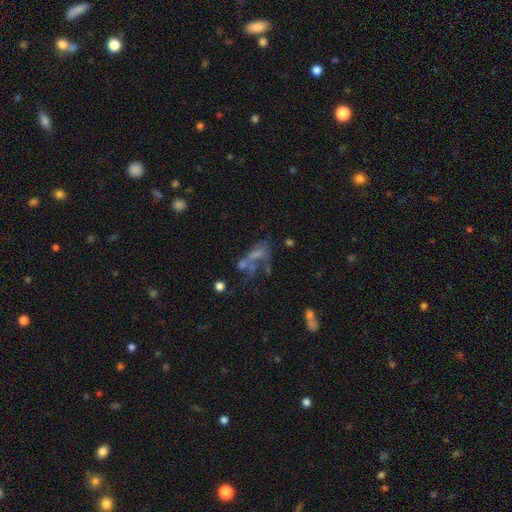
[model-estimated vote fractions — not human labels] smooth_or_featured: featured or disk (p=0.46) [alt: smooth p=0.30]
merging: major disturbance (p=0.36) [alt: merger p=0.28]